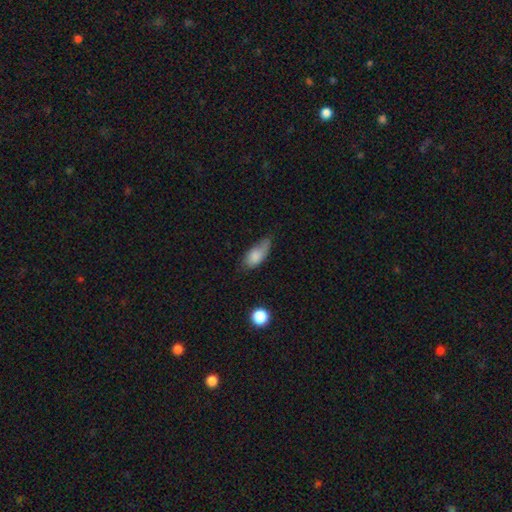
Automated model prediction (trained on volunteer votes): A smooth galaxy with no disk features (80%) that is in between round and cigar-shaped (86%).

Vote fractions:
- Smooth or featured? smooth: 80% / featured or disk: 13% / star or artifact: 7%
- How rounded? in between: 86% / cigar-shaped: 10% / round: 4%
- Merging? minor disturbance: 42% / none: 40% / major disturbance: 15% / merger: 3%